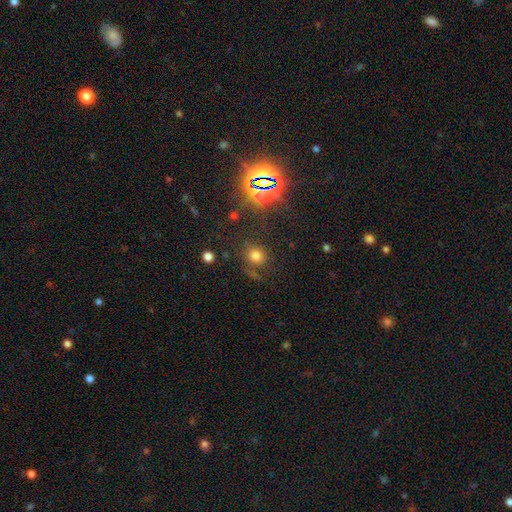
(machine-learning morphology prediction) A smooth galaxy with no disk features (68%) that is round (78%).

Vote fractions:
- Smooth or featured? smooth: 68% / star or artifact: 23% / featured or disk: 9%
- How rounded? round: 78% / in between: 20% / cigar-shaped: 1%
- Merging? none: 72% / minor disturbance: 14% / major disturbance: 9% / merger: 4%